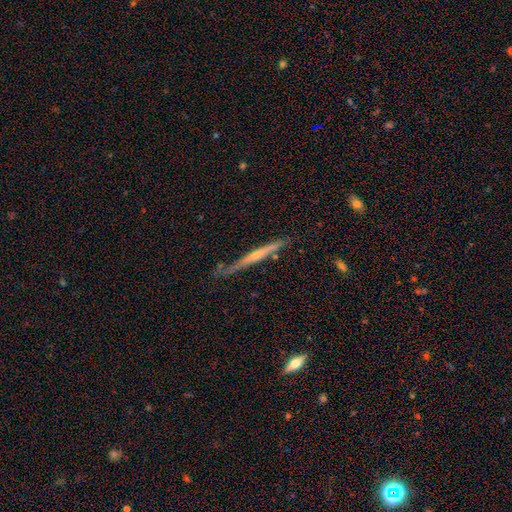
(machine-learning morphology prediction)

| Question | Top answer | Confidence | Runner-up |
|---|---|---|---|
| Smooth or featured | featured or disk | 67% | smooth (27%) |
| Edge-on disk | yes | 96% | no (4%) |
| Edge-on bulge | rounded | 56% | none (38%) |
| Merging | none | 72% | minor disturbance (20%) |